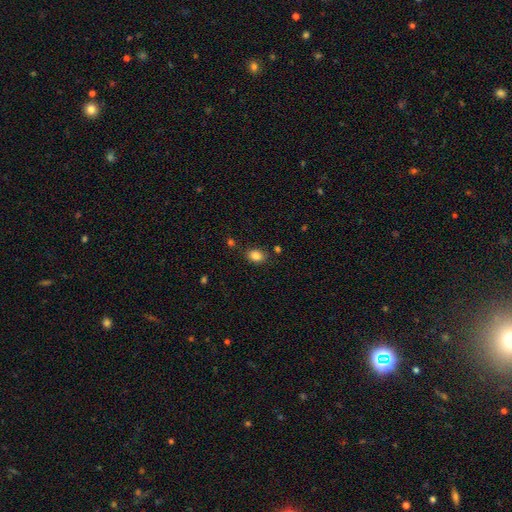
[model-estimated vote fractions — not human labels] Smooth or featured: smooth — 85% (star or artifact — 10%)
How rounded: in between — 72% (round — 27%)
Merging: none — 81% (minor disturbance — 12%)